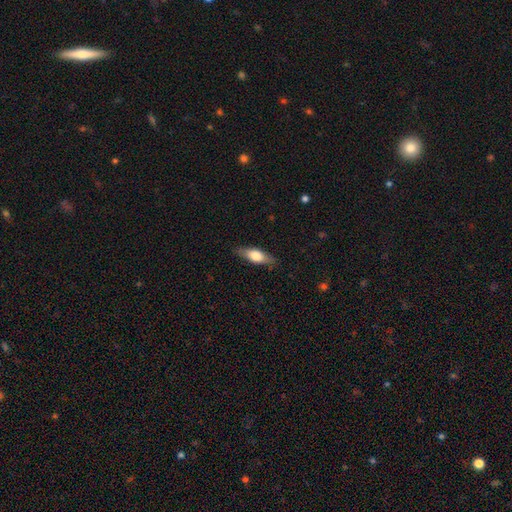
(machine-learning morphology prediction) Smooth or featured?
  - smooth: 62% *
  - featured or disk: 32%
  - star or artifact: 6%
How rounded?
  - in between: 62% *
  - cigar-shaped: 35%
  - round: 3%
Merging?
  - none: 84% *
  - minor disturbance: 12%
  - major disturbance: 3%
  - merger: 1%